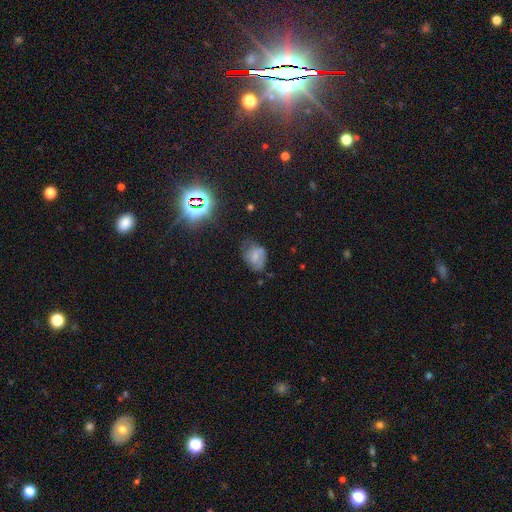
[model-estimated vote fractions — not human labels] The model was most divided on "merging": none: 49%, minor disturbance: 33%, major disturbance: 16%, merger: 3%. More confident: how rounded — in between (66%); smooth or featured — smooth (53%).